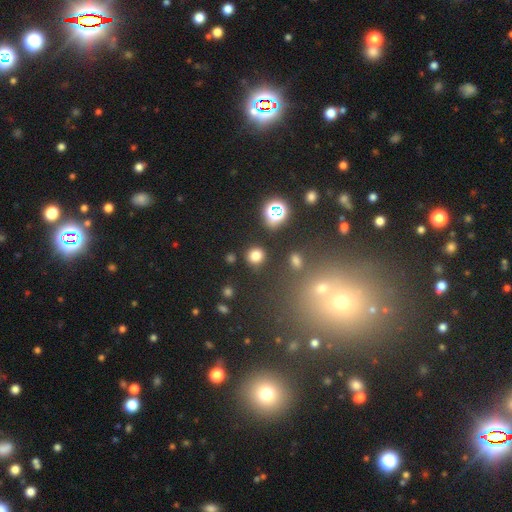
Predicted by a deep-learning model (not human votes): A smooth galaxy with no disk features (77%) that is round (87%). Merging: none (86%).